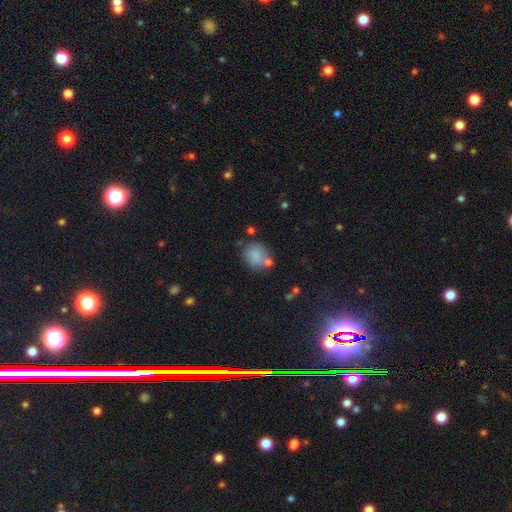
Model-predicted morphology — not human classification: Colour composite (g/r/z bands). It shows a smooth galaxy with no disk features (78%) that is round (59%). Merging: none (54%).